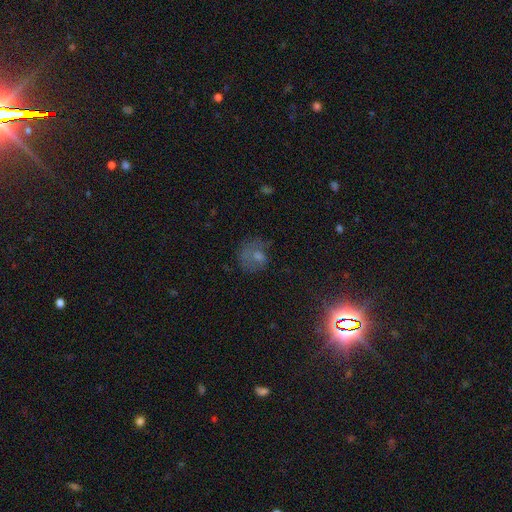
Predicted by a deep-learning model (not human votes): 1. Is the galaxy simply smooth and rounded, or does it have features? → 56% smooth, 28% featured or disk, 17% star or artifact.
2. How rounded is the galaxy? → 69% round, 30% in between, 1% cigar-shaped.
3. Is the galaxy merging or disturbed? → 43% none, 29% major disturbance, 25% minor disturbance, 4% merger.